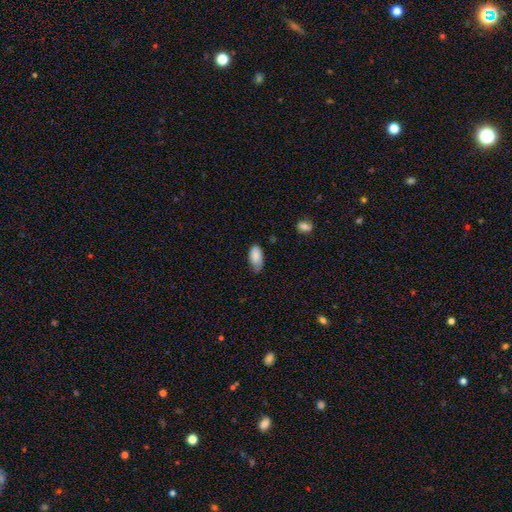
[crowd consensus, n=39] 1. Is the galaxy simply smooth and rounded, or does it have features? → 82% smooth, 10% featured or disk, 8% star or artifact.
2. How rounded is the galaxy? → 91% in between, 9% cigar-shaped, 0% round.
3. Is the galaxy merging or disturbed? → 69% none, 31% minor disturbance, 0% major disturbance, 0% merger.